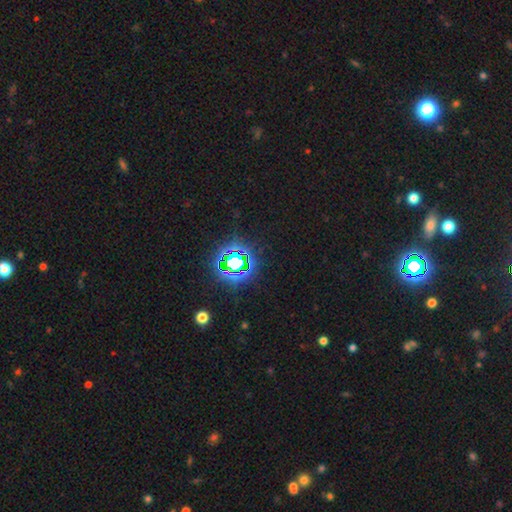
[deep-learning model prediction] star or artifact 80%, smooth 14%, featured or disk 6%.